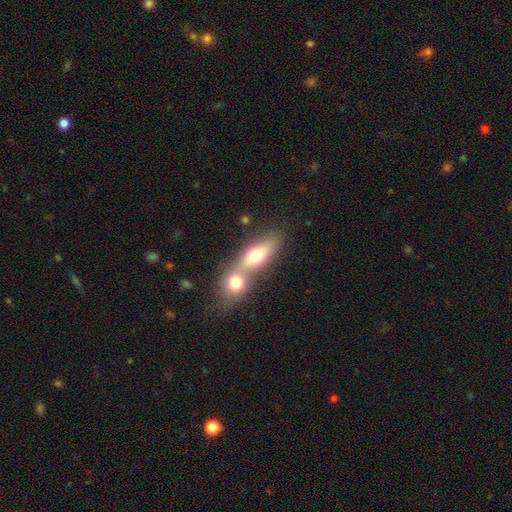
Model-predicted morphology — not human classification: Smooth or featured?
  - smooth: 67% *
  - featured or disk: 25%
  - star or artifact: 8%
How rounded?
  - in between: 69% *
  - round: 16%
  - cigar-shaped: 15%
Merging?
  - merger: 67% *
  - none: 24%
  - minor disturbance: 5%
  - major disturbance: 3%